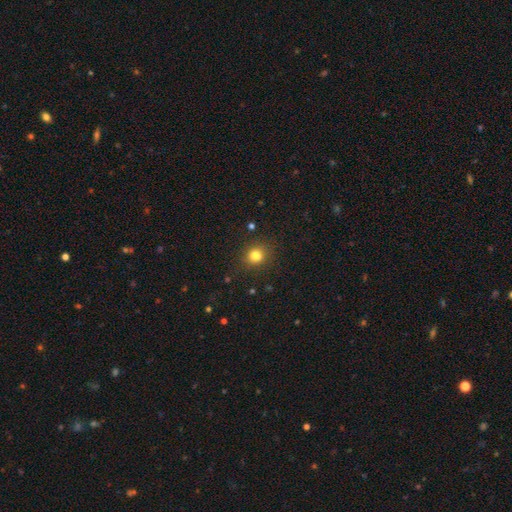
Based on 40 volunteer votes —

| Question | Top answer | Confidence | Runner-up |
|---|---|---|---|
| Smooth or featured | smooth | 82% | star or artifact (12%) |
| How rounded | round | 58% | in between (42%) |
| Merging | none | 83% | minor disturbance (17%) |